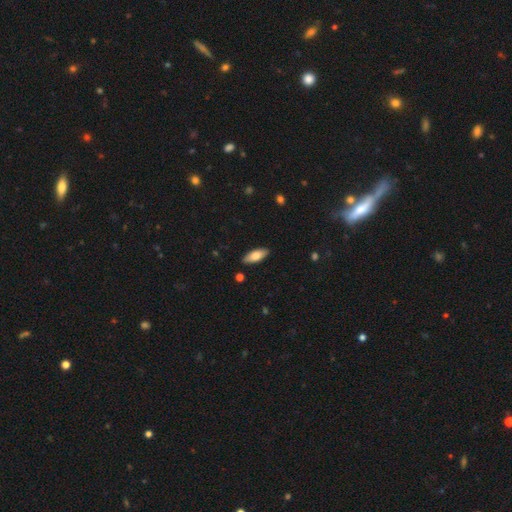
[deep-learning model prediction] The model was most divided on "how rounded": in between: 73%, cigar-shaped: 25%, round: 2%. More confident: merging — none (88%); smooth or featured — smooth (72%).